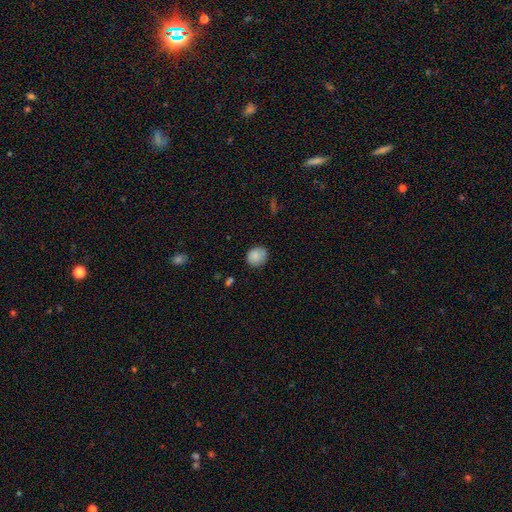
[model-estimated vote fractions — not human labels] A smooth galaxy with no disk features (85%) that is round (74%). Merging: none (78%).